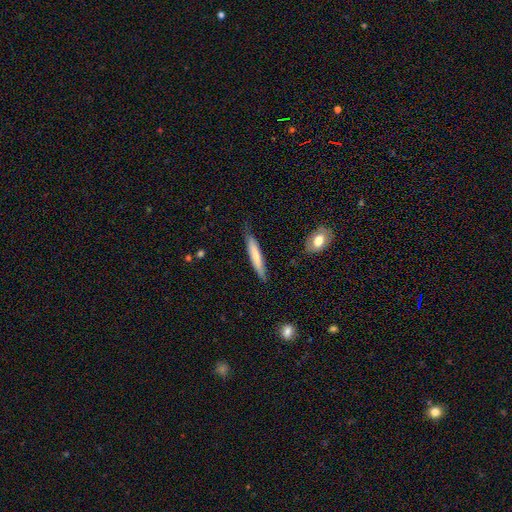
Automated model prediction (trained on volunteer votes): The model was most divided on "smooth or featured": smooth: 69%, featured or disk: 26%, star or artifact: 6%. More confident: how rounded — cigar-shaped (91%); merging — none (76%).